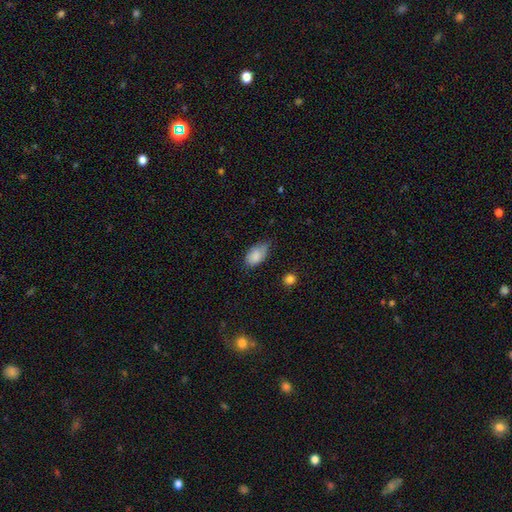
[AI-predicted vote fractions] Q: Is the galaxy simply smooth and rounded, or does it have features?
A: smooth — 83%.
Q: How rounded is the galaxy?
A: in between — 92%.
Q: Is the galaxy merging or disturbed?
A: none — 53%.